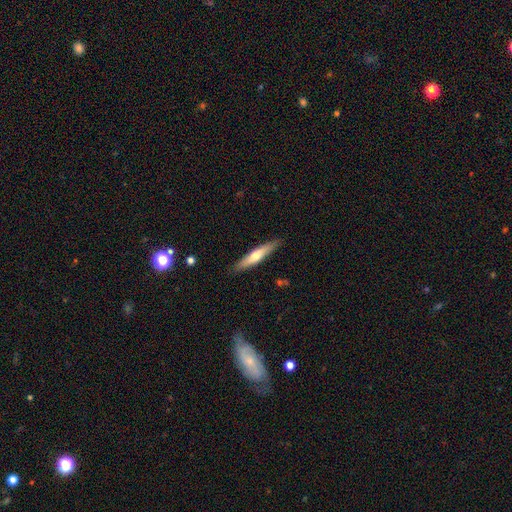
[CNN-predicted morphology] Smooth or featured? Predicted: smooth (p=0.50). How rounded? Predicted: cigar-shaped (p=0.85). Merging? Predicted: none (p=0.88).